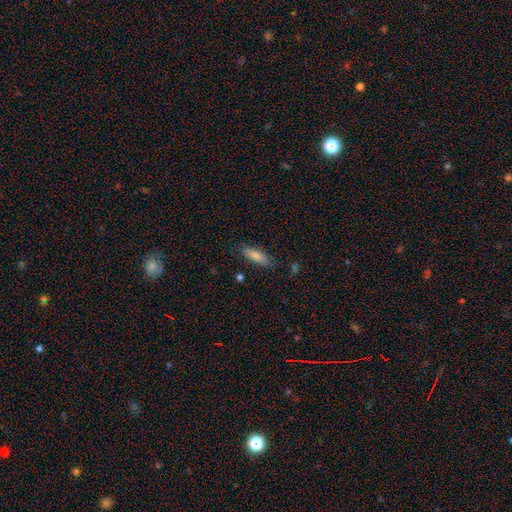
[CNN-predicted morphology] A smooth galaxy with no disk features (80%) that is in between round and cigar-shaped (51%).

Vote fractions:
- Smooth or featured? smooth: 80% / featured or disk: 13% / star or artifact: 7%
- How rounded? in between: 51% / cigar-shaped: 48% / round: 2%
- Merging? none: 80% / minor disturbance: 15% / major disturbance: 3% / merger: 2%